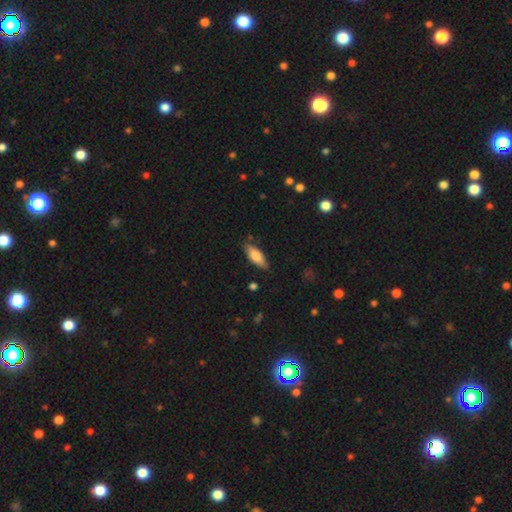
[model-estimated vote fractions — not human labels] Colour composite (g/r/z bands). It shows a smooth galaxy with no disk features (75%) that is in between round and cigar-shaped (69%). Merging: none (79%).